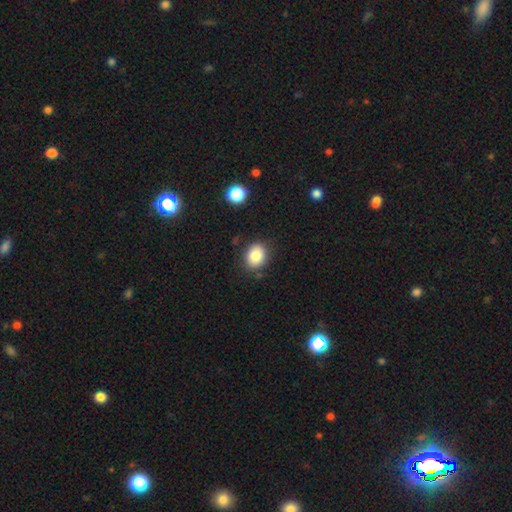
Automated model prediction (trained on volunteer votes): smooth-or-featured: smooth: 84% | star or artifact: 9% | featured or disk: 7%
  how-rounded: round: 54% | in between: 45% | cigar-shaped: 1%
  merging: none: 82% | minor disturbance: 12% | major disturbance: 3% | merger: 3%